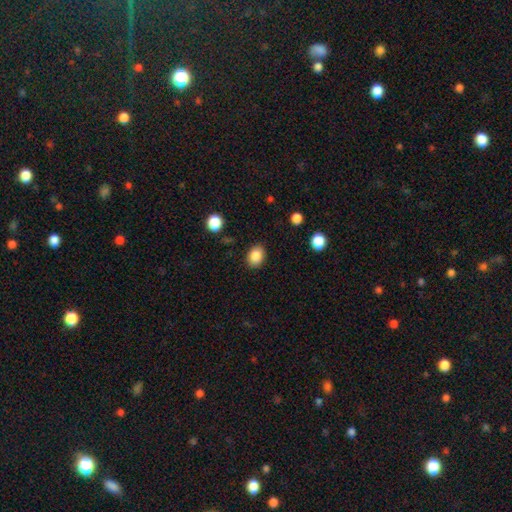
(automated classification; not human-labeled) This is clearly a smooth galaxy (87%). How rounded: likely in between (62%). Merging: clearly none (87%).